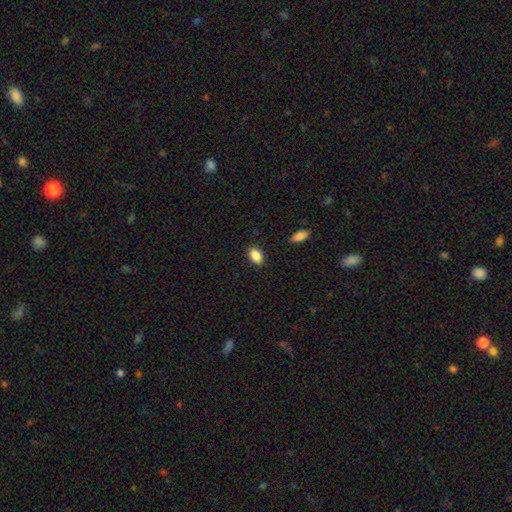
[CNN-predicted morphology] A smooth galaxy with no disk features (88%) that is in between round and cigar-shaped (86%). Merging: none (88%).